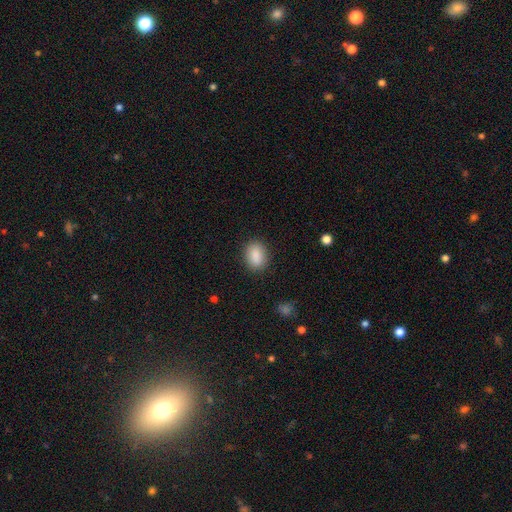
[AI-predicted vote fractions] Smooth or featured? smooth (88%)
How rounded? in between (77%)
Merging? none (87%)